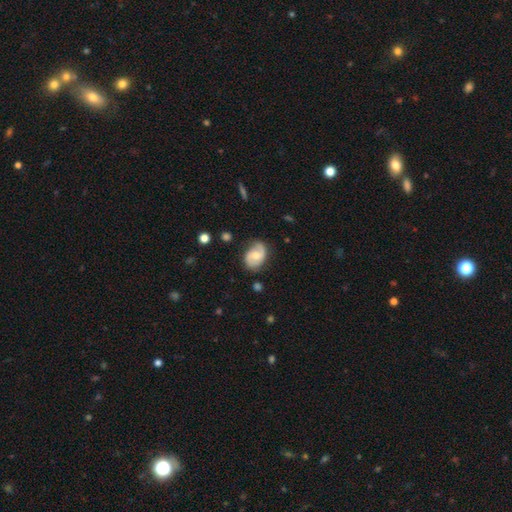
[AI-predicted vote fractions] A featured or disk galaxy (70%) with no bar (55%), 2 (86%) medium (47%) spiral arms (93%) and a moderate central bulge (60%).

Vote fractions:
- Smooth or featured? featured or disk: 70% / smooth: 23% / star or artifact: 6%
- Edge-on disk? no: 97% / yes: 3%
- Bar? no: 55% / weak: 38% / strong: 7%
- Spiral arms? yes: 93% / no: 7%
- Spiral winding? medium: 47% / loose: 27% / tight: 26%
- Spiral arm count? 2: 86% / can't tell: 7% / 1: 5% / 3: 1% / 4: 1% / more than 4: 1%
- Bulge size? moderate: 60% / small: 32% / large: 4% / none: 3% / dominant: 1%
- Merging? none: 74% / minor disturbance: 19% / major disturbance: 5% / merger: 2%